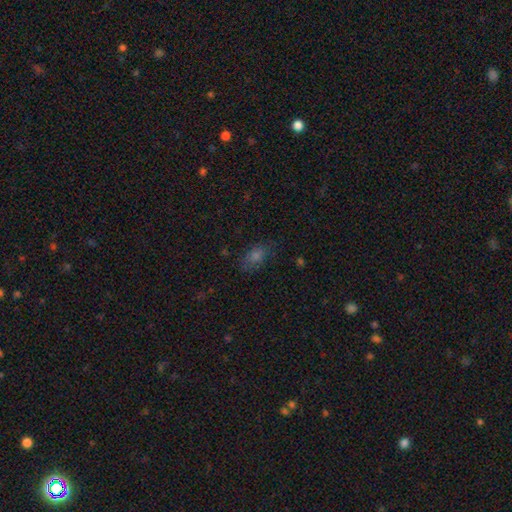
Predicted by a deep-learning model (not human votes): The model was most divided on "smooth or featured": smooth: 59%, star or artifact: 25%, featured or disk: 16%. More confident: how rounded — in between (79%); merging — none (75%).